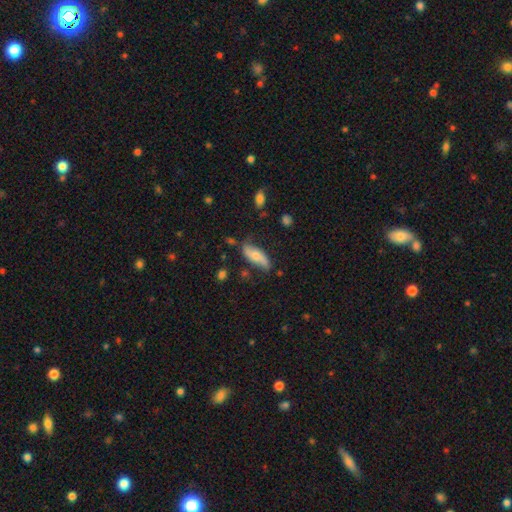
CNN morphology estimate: A smooth galaxy with no disk features (48%).

Vote fractions:
- Smooth or featured? smooth: 48% / featured or disk: 45% / star or artifact: 7%
- Merging? none: 63% / minor disturbance: 26% / major disturbance: 8% / merger: 3%